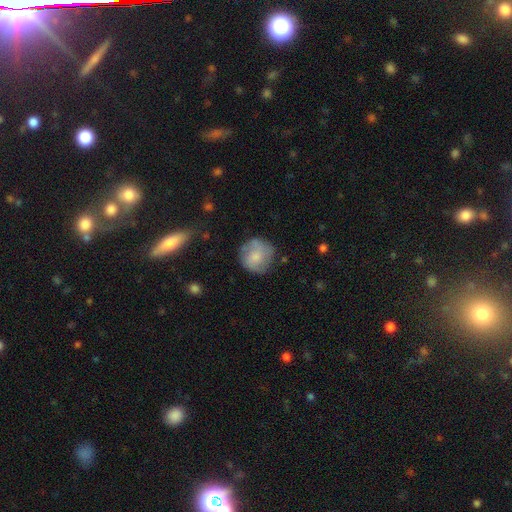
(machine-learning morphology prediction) smooth-or-featured: smooth: 64% | featured or disk: 29% | star or artifact: 7%
  how-rounded: round: 91% | in between: 8% | cigar-shaped: 1%
  merging: none: 70% | minor disturbance: 20% | major disturbance: 7% | merger: 3%